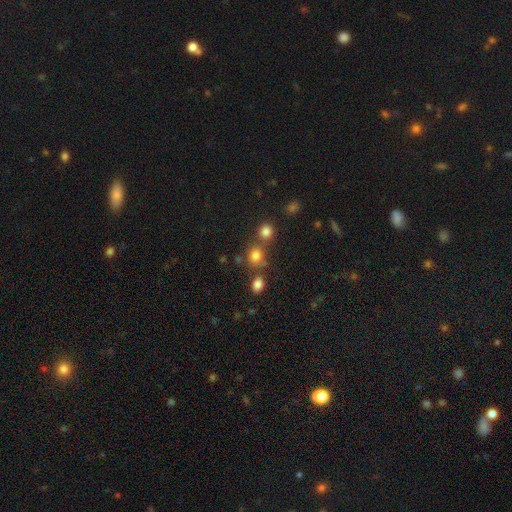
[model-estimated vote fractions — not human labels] A smooth galaxy with no disk features (79%) that is round (75%).

Vote fractions:
- Smooth or featured? smooth: 79% / star or artifact: 15% / featured or disk: 7%
- How rounded? round: 75% / in between: 24% / cigar-shaped: 1%
- Merging? none: 59% / merger: 26% / minor disturbance: 10% / major disturbance: 5%